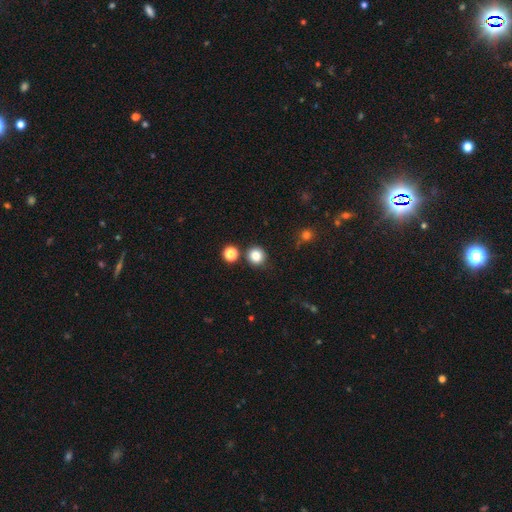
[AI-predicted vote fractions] This appears to be a smooth galaxy with no disk features (84%) that is round (92%). Merging: none (83%).